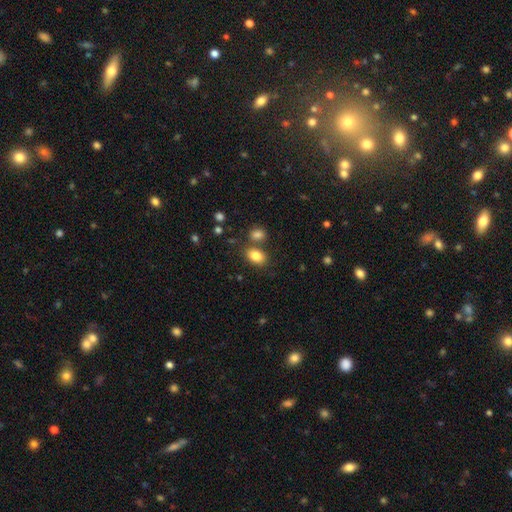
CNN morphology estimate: A smooth galaxy with no disk features (84%) that is in between round and cigar-shaped (83%). Merging: none (67%).